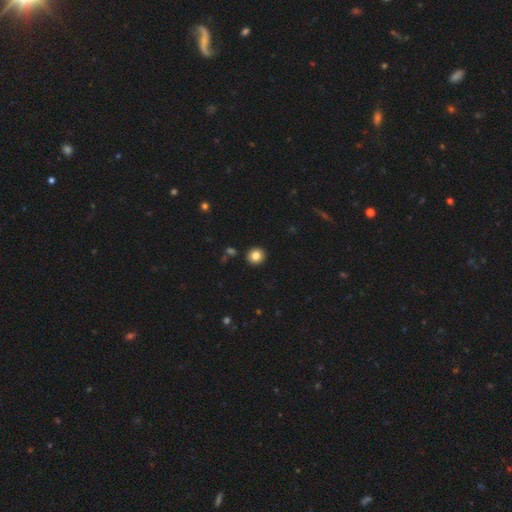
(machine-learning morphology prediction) The model was most divided on "smooth or featured": smooth: 84%, star or artifact: 10%, featured or disk: 6%. More confident: merging — none (92%); how rounded — round (91%).